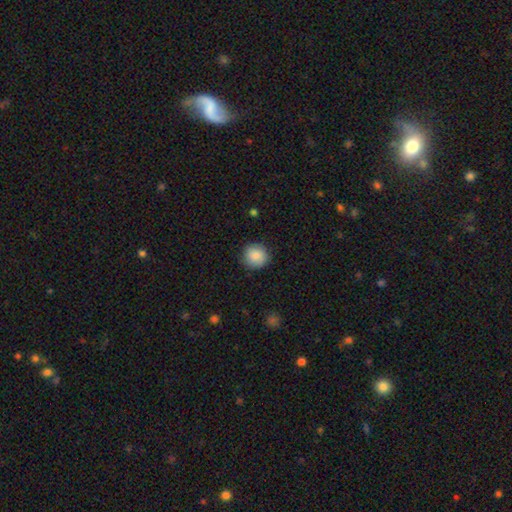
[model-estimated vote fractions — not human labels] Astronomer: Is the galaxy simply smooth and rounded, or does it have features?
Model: smooth — 87%.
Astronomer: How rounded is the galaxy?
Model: round — 91%.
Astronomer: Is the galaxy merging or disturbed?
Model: none — 87%.